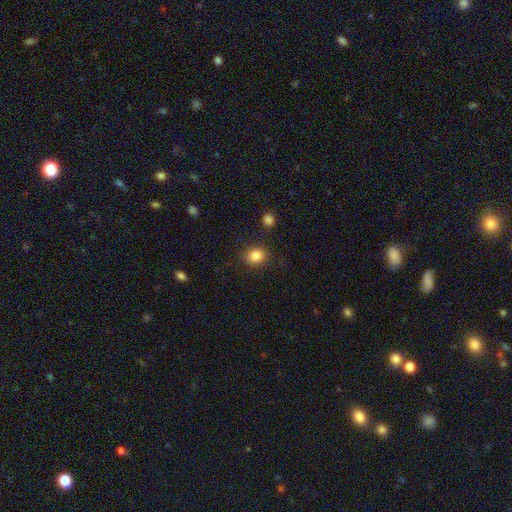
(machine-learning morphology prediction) Q: Smooth or featured?
A: smooth (85%); runner-up: star or artifact (11%)
Q: How rounded?
A: round (75%); runner-up: in between (24%)
Q: Merging?
A: none (87%); runner-up: minor disturbance (8%)